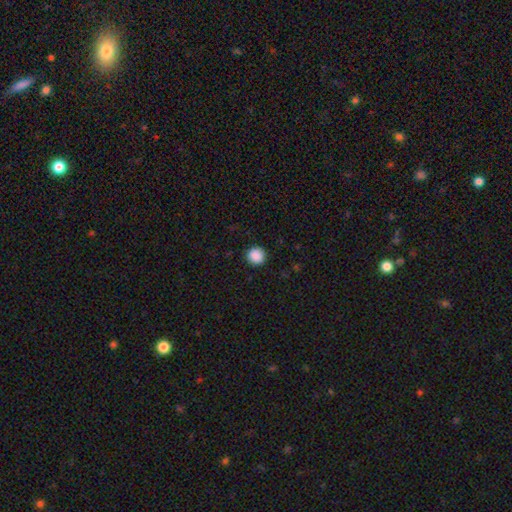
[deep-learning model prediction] This appears to be a smooth galaxy with no disk features (89%) that is round (94%). Merging: none (92%).